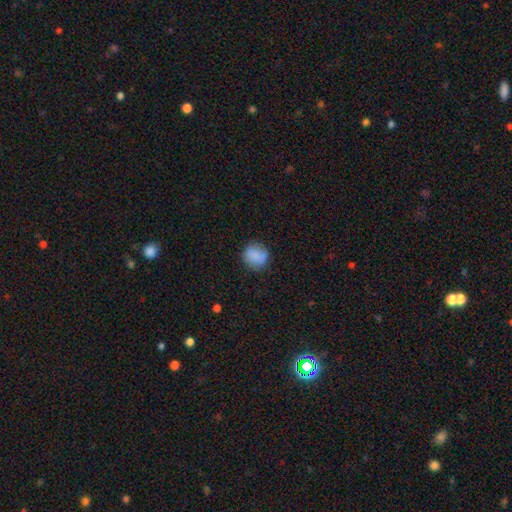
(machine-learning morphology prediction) This is clearly a smooth galaxy (84%). How rounded: clearly round (85%). Merging: clearly none (81%).